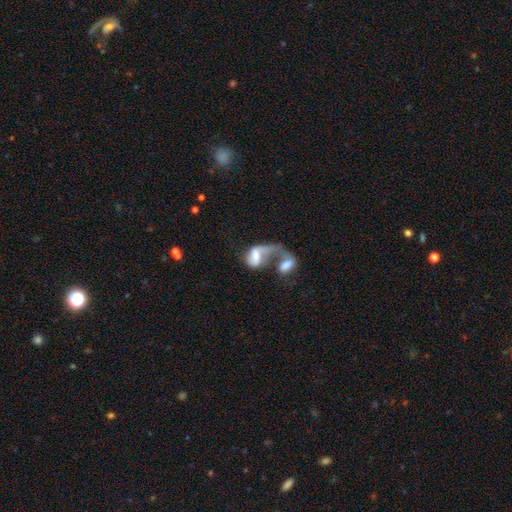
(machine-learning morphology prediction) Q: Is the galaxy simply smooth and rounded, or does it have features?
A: featured or disk — 54%.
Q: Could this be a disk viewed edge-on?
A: no — 96%.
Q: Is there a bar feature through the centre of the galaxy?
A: no — 48%.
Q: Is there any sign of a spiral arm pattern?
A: yes — 67%.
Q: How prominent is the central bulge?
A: moderate — 33%.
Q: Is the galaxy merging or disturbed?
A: merger — 62%.